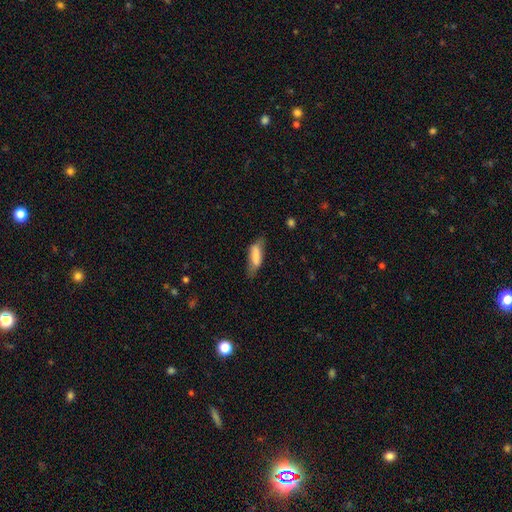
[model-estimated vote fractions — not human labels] A smooth galaxy with no disk features (72%) that is in between round and cigar-shaped (60%). Merging: none (53%).